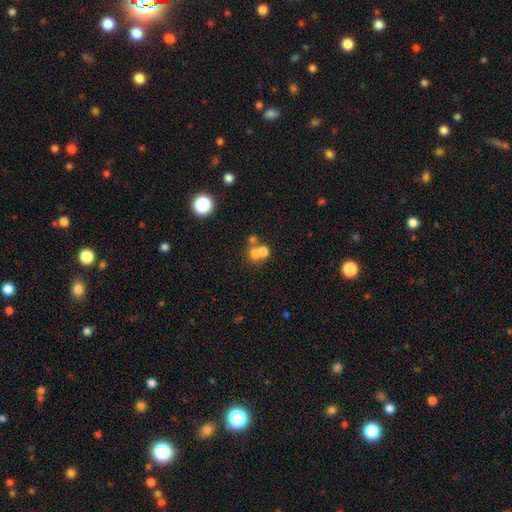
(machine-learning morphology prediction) Smooth or featured? Predicted: smooth (p=0.63). How rounded? Predicted: round (p=0.78). Merging? Predicted: merger (p=0.56).